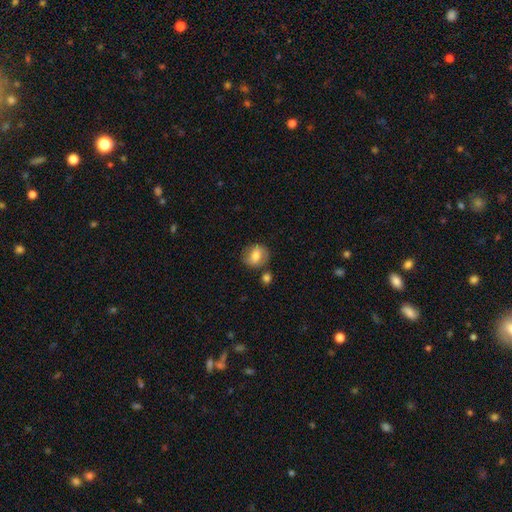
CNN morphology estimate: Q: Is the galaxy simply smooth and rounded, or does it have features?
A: smooth — 68%.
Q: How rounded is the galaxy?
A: round — 60%.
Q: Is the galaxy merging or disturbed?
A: none — 72%.